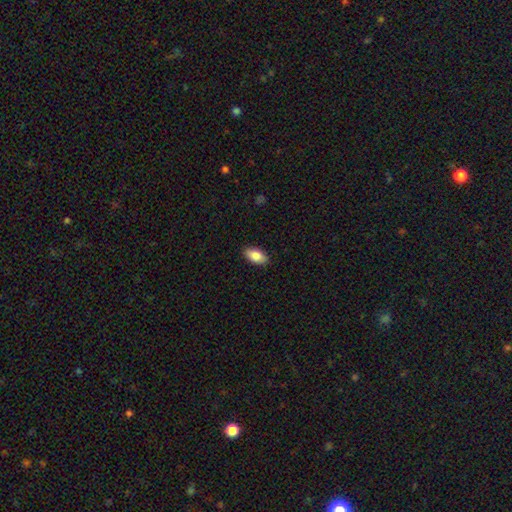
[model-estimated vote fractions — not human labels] A smooth galaxy with no disk features (85%) that is in between round and cigar-shaped (93%). Merging: none (89%).